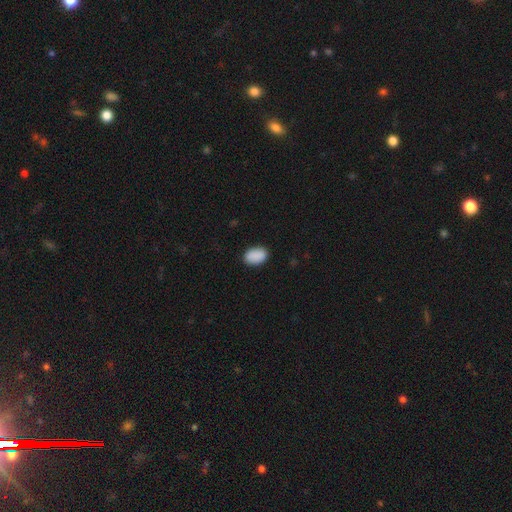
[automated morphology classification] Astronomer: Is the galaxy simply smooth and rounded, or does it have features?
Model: smooth — 91%.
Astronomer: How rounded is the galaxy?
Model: in between — 86%.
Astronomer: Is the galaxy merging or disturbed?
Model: none — 87%.